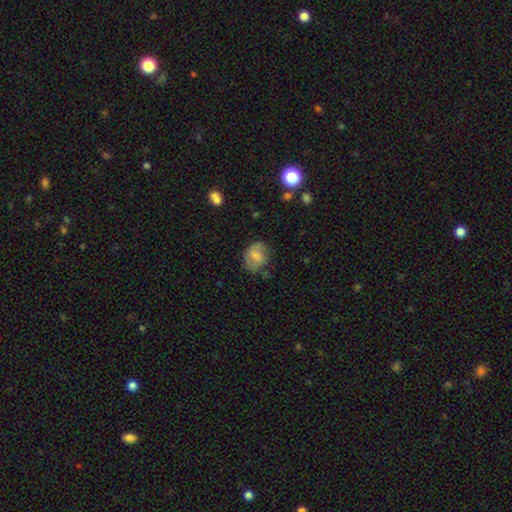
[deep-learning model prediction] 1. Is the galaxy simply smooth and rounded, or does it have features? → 66% smooth, 26% featured or disk, 8% star or artifact.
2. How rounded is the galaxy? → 50% round, 49% in between, 1% cigar-shaped.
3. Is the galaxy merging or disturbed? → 66% none, 24% minor disturbance, 8% major disturbance, 2% merger.